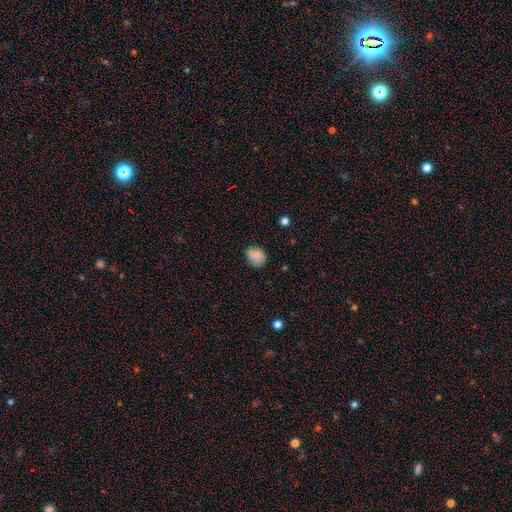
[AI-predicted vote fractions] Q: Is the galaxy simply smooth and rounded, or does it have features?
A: smooth — 79%.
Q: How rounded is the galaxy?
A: in between — 53%.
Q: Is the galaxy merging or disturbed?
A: none — 66%.